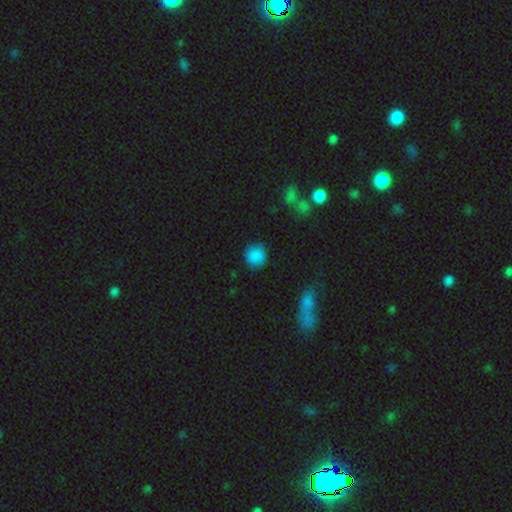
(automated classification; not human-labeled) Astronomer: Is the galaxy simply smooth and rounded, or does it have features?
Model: smooth — 85%.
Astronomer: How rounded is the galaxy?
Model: round — 87%.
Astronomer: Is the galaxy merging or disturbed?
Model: none — 82%.